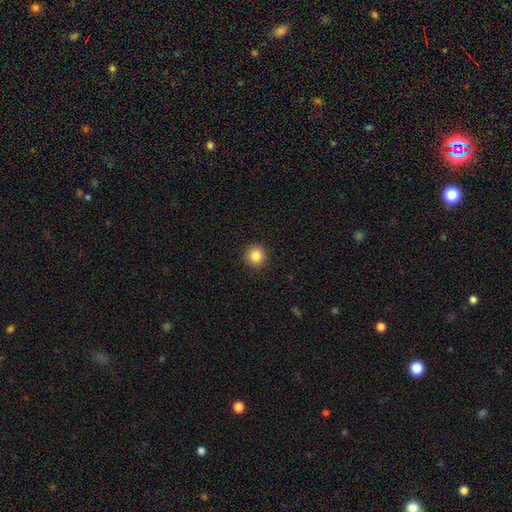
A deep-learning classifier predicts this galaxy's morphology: smooth_or_featured: smooth (p=0.85) [alt: star or artifact p=0.10]
how_rounded: round (p=0.93) [alt: in between p=0.06]
merging: none (p=0.92) [alt: minor disturbance p=0.05]